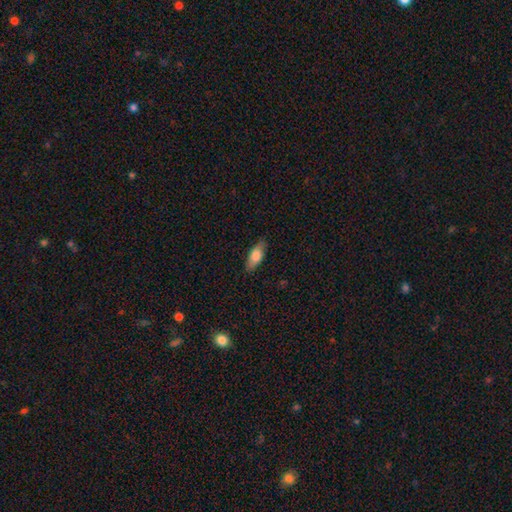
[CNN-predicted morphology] Smooth or featured? smooth (73%)
How rounded? in between (76%)
Merging? none (83%)